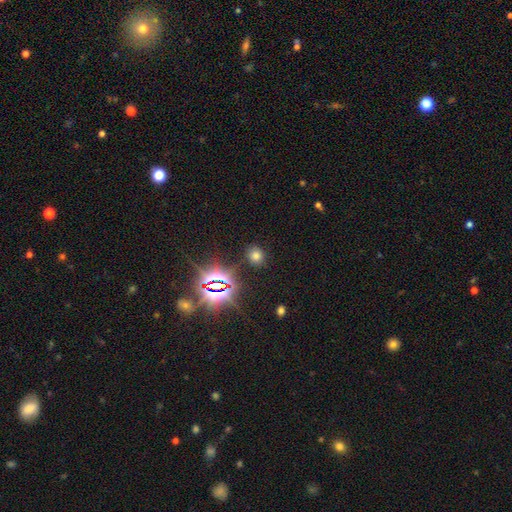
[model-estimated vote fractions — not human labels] Q: Smooth or featured?
A: smooth (62%); runner-up: star or artifact (31%)
Q: How rounded?
A: round (74%); runner-up: in between (25%)
Q: Merging?
A: none (85%); runner-up: minor disturbance (9%)